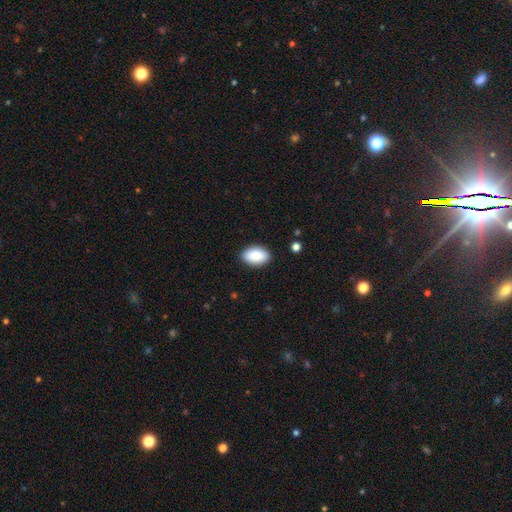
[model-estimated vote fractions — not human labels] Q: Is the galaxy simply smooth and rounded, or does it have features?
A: smooth — 87%.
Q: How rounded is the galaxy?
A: in between — 92%.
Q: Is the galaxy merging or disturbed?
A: none — 88%.